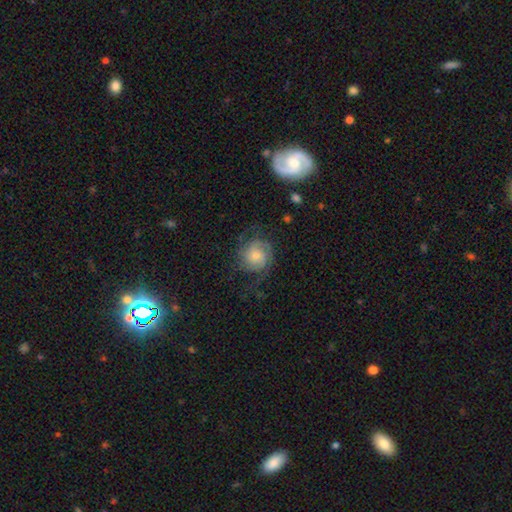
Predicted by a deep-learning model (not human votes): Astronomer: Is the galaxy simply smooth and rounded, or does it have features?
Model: featured or disk — 69%.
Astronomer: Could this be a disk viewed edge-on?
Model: no — 97%.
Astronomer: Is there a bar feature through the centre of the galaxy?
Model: no — 72%.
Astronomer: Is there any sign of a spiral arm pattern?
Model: yes — 93%.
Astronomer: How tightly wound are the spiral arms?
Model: tight — 51% (runner-up: medium, 36%).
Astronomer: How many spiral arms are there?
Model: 2 — 45% (runner-up: can't tell, 24%).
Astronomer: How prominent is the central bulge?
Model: small — 49% (runner-up: moderate, 43%).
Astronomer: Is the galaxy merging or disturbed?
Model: none — 68%.